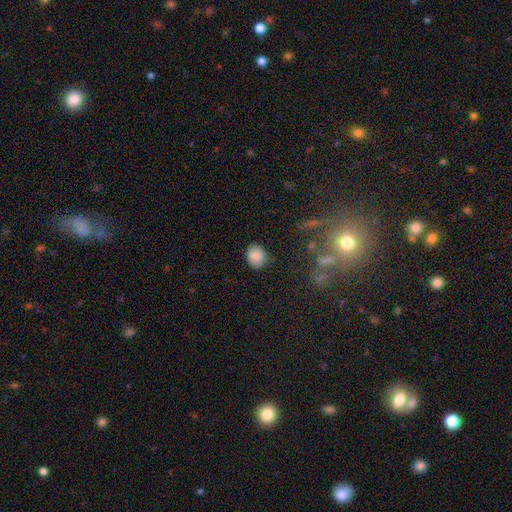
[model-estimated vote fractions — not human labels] Q: Smooth or featured?
A: smooth (86%); runner-up: star or artifact (9%)
Q: How rounded?
A: round (57%); runner-up: in between (42%)
Q: Merging?
A: none (84%); runner-up: minor disturbance (12%)